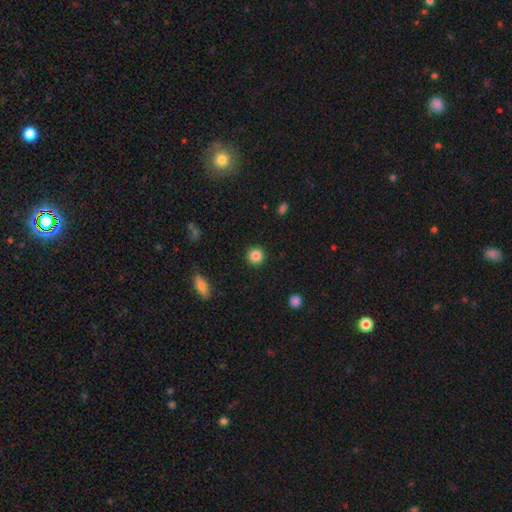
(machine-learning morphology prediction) smooth-or-featured: smooth: 86% | star or artifact: 10% | featured or disk: 5%
  how-rounded: round: 94% | in between: 5% | cigar-shaped: 1%
  merging: none: 92% | minor disturbance: 5% | major disturbance: 2% | merger: 1%